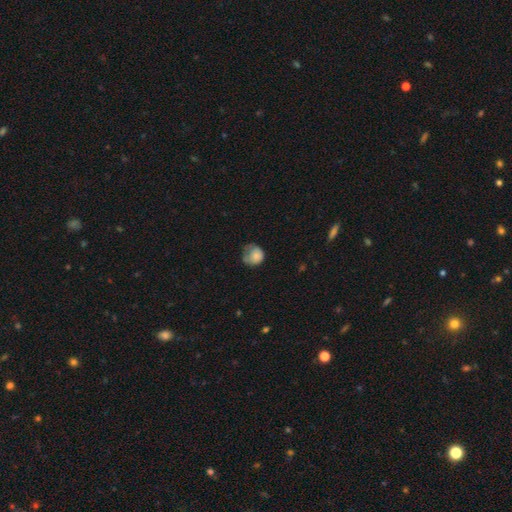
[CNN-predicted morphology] Smooth or featured? smooth (76%)
How rounded? round (75%)
Merging? none (36%)